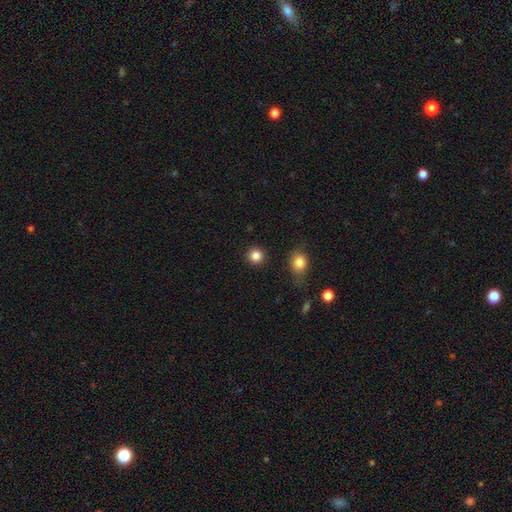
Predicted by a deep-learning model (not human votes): smooth_or_featured: smooth (p=0.84) [alt: star or artifact p=0.11]
how_rounded: round (p=0.94) [alt: in between p=0.05]
merging: none (p=0.91) [alt: minor disturbance p=0.05]